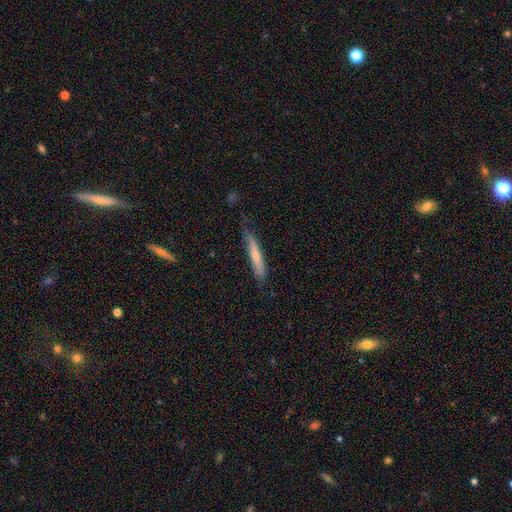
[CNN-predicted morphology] smooth-or-featured: smooth: 58% | featured or disk: 36% | star or artifact: 6%
  how-rounded: cigar-shaped: 92% | in between: 7% | round: 1%
  merging: none: 67% | minor disturbance: 26% | major disturbance: 6% | merger: 2%